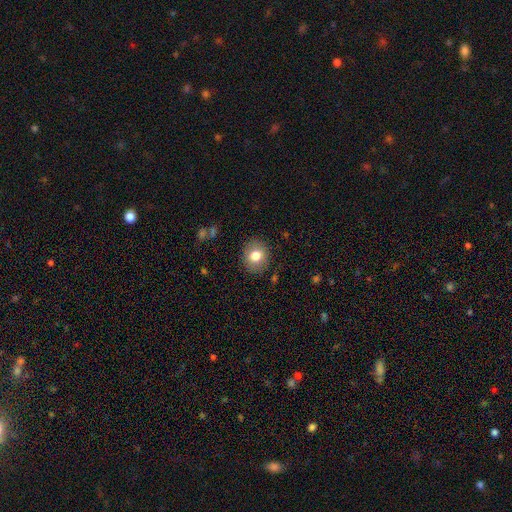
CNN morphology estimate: A smooth galaxy with no disk features (79%) that is round (72%).

Vote fractions:
- Smooth or featured? smooth: 79% / featured or disk: 12% / star or artifact: 10%
- How rounded? round: 72% / in between: 27% / cigar-shaped: 1%
- Merging? none: 88% / minor disturbance: 9% / major disturbance: 3% / merger: 1%